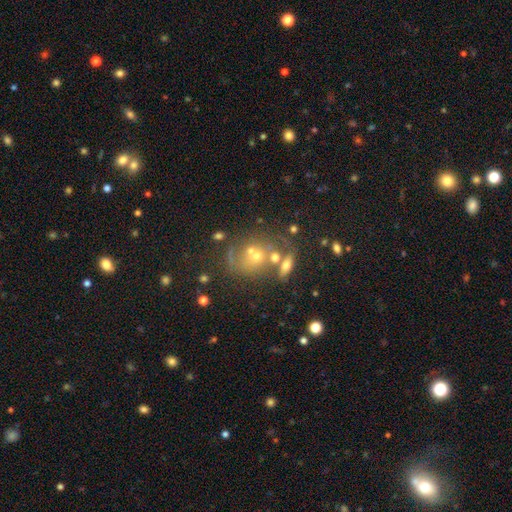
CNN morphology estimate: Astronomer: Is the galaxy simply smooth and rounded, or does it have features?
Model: smooth — 38%, tied with featured or disk at 38%.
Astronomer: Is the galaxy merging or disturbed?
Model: none — 38% (runner-up: merger, 34%).